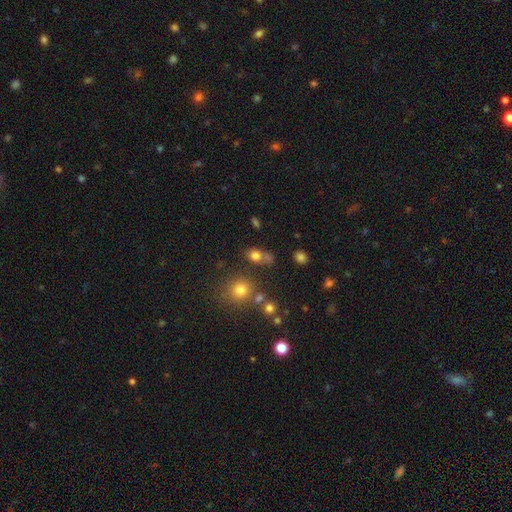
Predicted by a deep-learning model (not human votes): Overall: smooth (76%). How rounded: in between (50%; round 47%). Merging: none (52%; merger 21%).